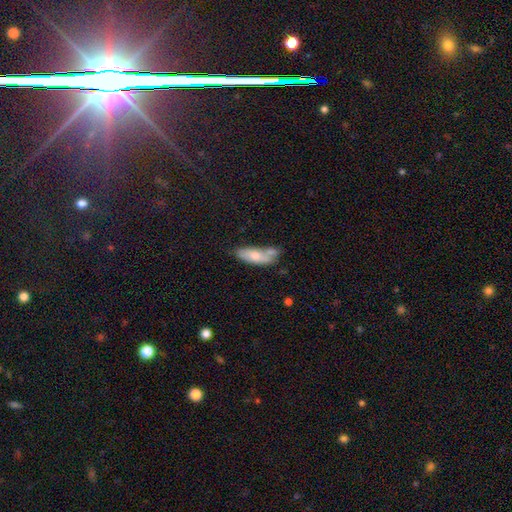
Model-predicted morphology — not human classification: Q: Smooth or featured?
A: smooth (66%); runner-up: featured or disk (27%)
Q: How rounded?
A: in between (66%); runner-up: cigar-shaped (31%)
Q: Merging?
A: none (37%); runner-up: merger (29%)